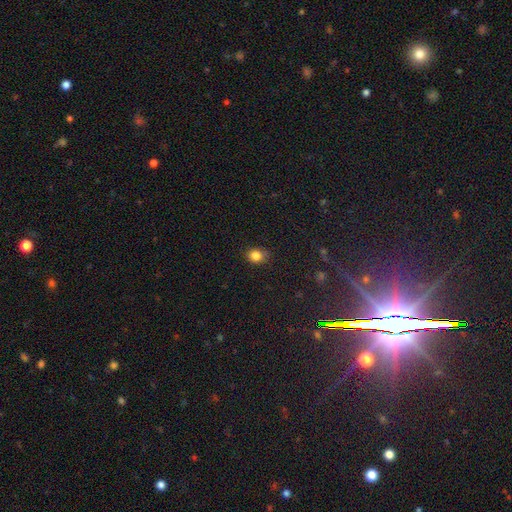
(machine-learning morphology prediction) smooth 83%, star or artifact 12%, featured or disk 5%. Down the decision tree: how rounded — round (64%); merging — none (80%).